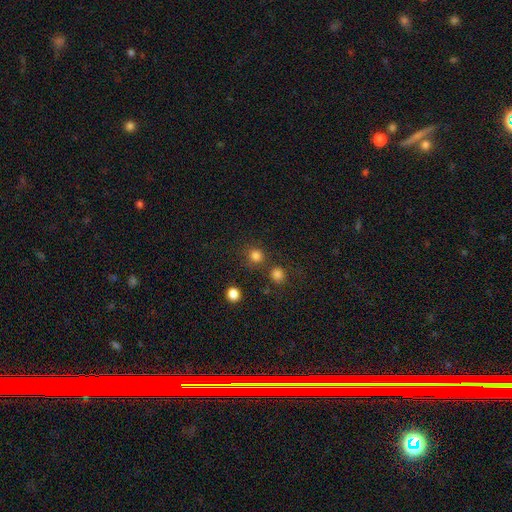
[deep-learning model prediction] The model was most divided on "smooth or featured": smooth: 80%, star or artifact: 16%, featured or disk: 4%. More confident: how rounded — round (91%); merging — none (78%).